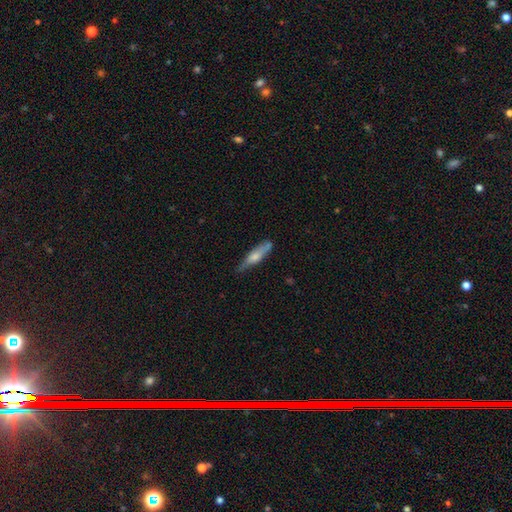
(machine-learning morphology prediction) Smooth or featured: smooth — 56% (featured or disk — 38%)
How rounded: cigar-shaped — 78% (in between — 20%)
Merging: none — 65% (minor disturbance — 26%)